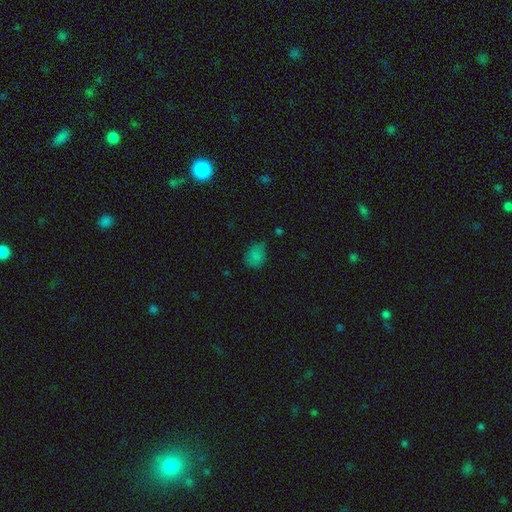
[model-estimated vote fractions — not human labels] Q: Smooth or featured?
A: smooth (76%); runner-up: star or artifact (17%)
Q: How rounded?
A: in between (61%); runner-up: round (37%)
Q: Merging?
A: none (55%); runner-up: minor disturbance (33%)